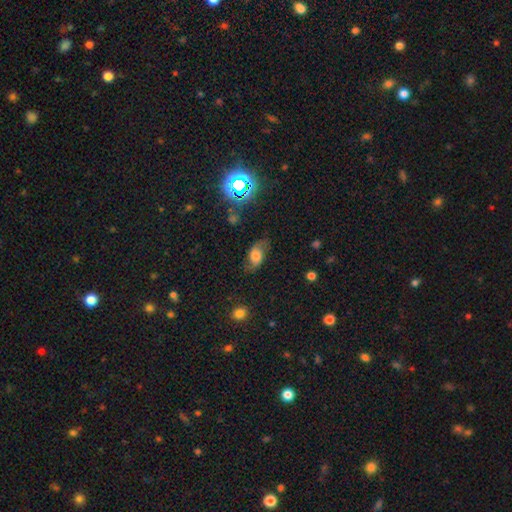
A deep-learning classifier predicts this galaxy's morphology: The model was most divided on "smooth or featured": smooth: 51%, featured or disk: 35%, star or artifact: 14%. More confident: how rounded — in between (86%); merging — none (64%).